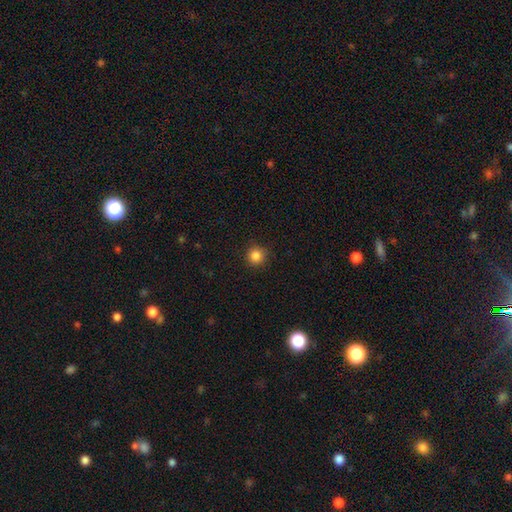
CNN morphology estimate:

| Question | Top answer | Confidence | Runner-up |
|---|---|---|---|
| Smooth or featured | smooth | 85% | star or artifact (11%) |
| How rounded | round | 95% | in between (4%) |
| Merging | none | 90% | minor disturbance (7%) |